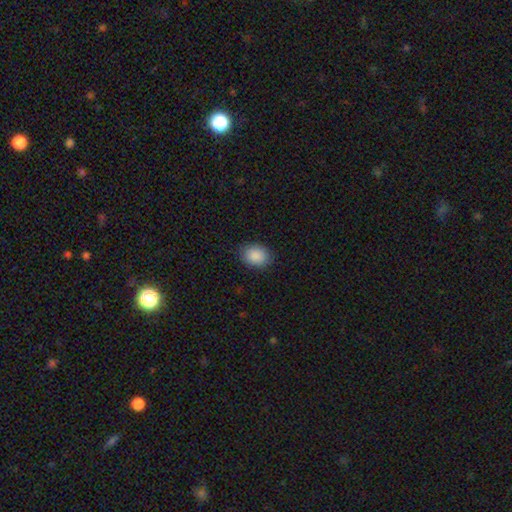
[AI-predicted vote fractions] A smooth galaxy with no disk features (90%) that is in between round and cigar-shaped (65%).

Vote fractions:
- Smooth or featured? smooth: 90% / star or artifact: 7% / featured or disk: 4%
- How rounded? in between: 65% / round: 34% / cigar-shaped: 1%
- Merging? none: 85% / minor disturbance: 12% / major disturbance: 3% / merger: 1%